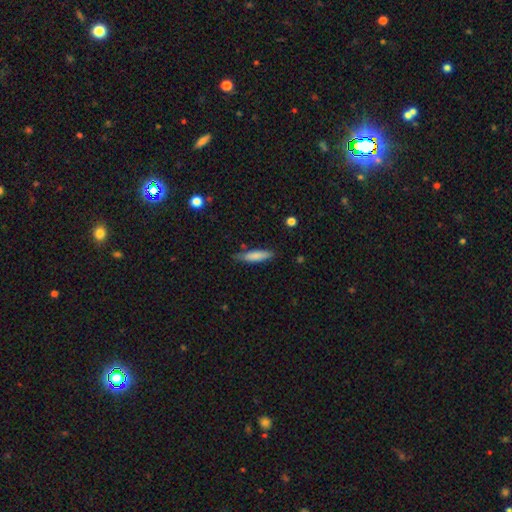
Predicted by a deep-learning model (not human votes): This is likely a smooth galaxy (80%). How rounded: likely cigar-shaped (73%). Merging: likely none (75%).